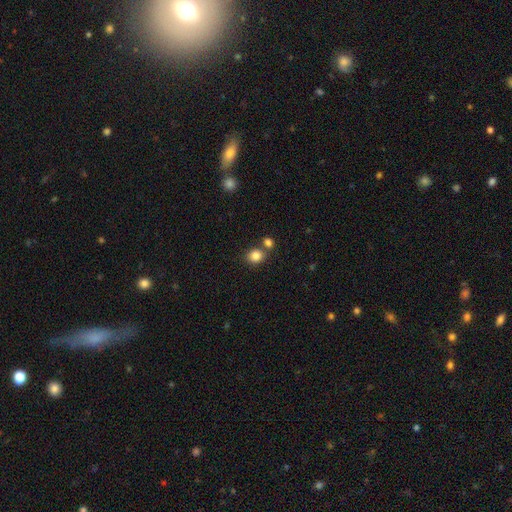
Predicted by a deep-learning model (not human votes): This is clearly a smooth galaxy (84%). How rounded: likely round (67%). Merging: likely none (66%).